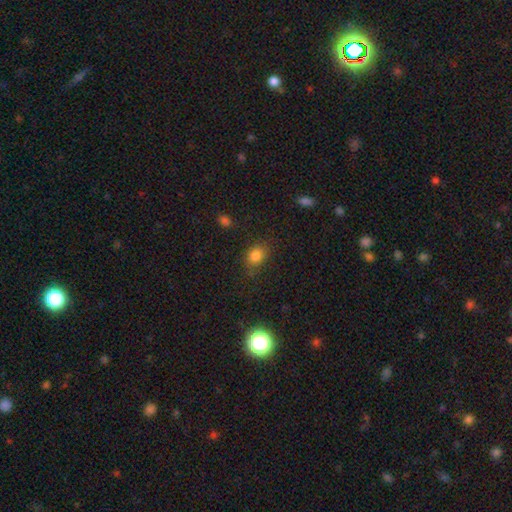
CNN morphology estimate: Smooth or featured? Predicted: smooth (p=0.80). How rounded? Predicted: in between (p=0.57). Merging? Predicted: none (p=0.78).